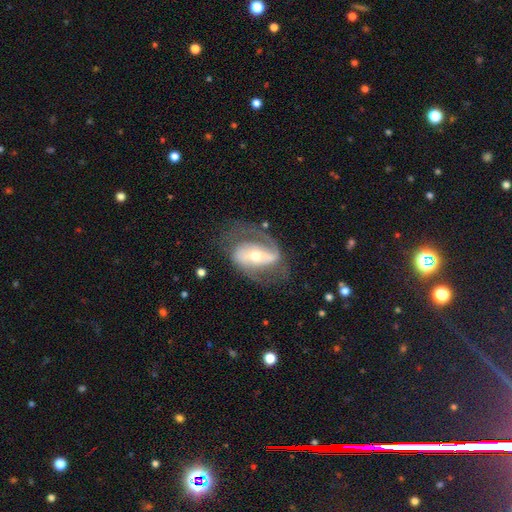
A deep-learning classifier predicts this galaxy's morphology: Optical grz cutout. It shows a featured or disk galaxy (84%) with a strong bar (43%), 2 (82%) medium (47%) spiral arms (93%) and a moderate central bulge (55%). Merging: none (62%).